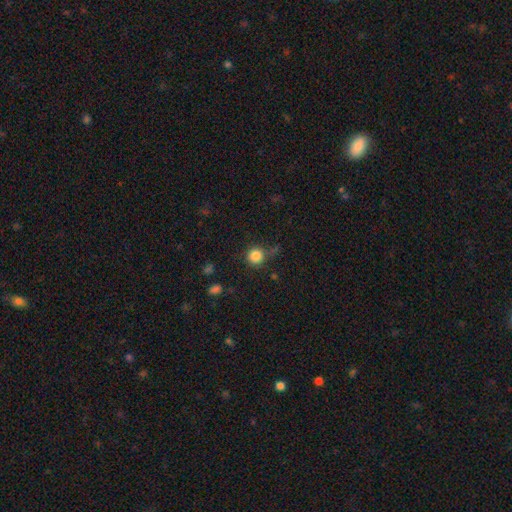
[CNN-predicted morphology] type=smooth (84%); roundness=round (94%); merging=none (75%).